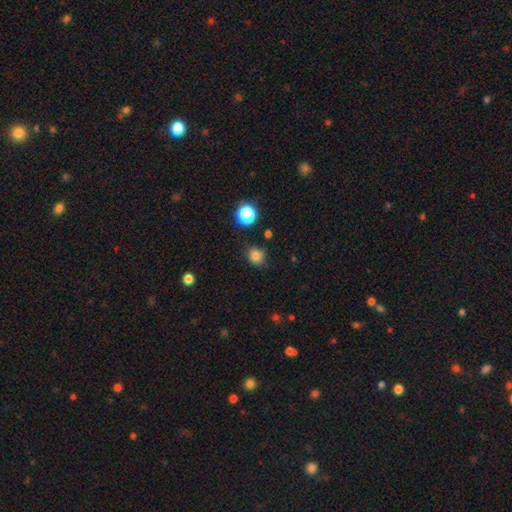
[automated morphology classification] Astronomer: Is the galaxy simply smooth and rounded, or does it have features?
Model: smooth — 81%.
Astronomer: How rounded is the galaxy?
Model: round — 82%.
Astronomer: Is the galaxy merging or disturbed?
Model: none — 80%.